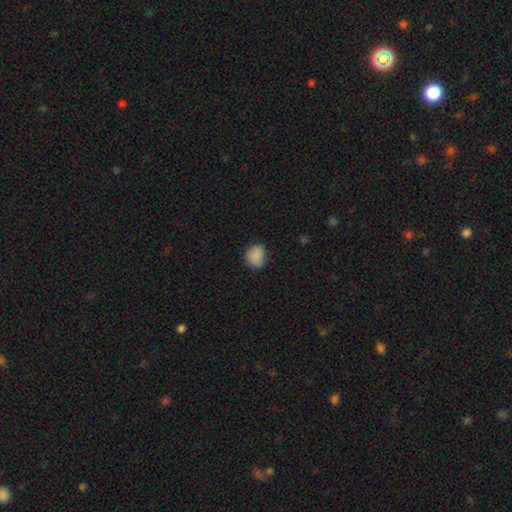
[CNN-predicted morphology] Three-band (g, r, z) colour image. It shows a smooth galaxy with no disk features (86%) that is round (63%). Merging: none (74%).